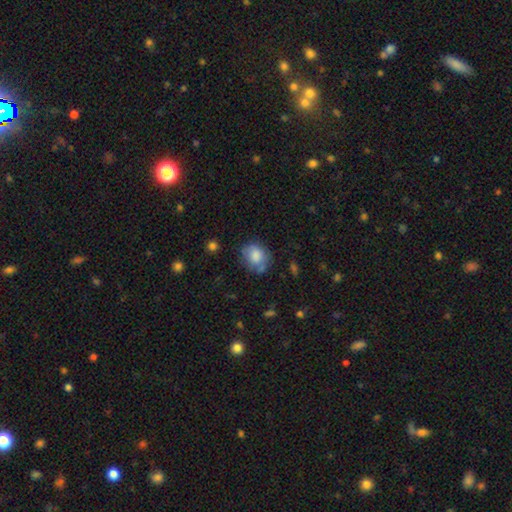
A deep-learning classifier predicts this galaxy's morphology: This appears to be a smooth galaxy with no disk features (78%) that is round (59%). Merging: none (60%).